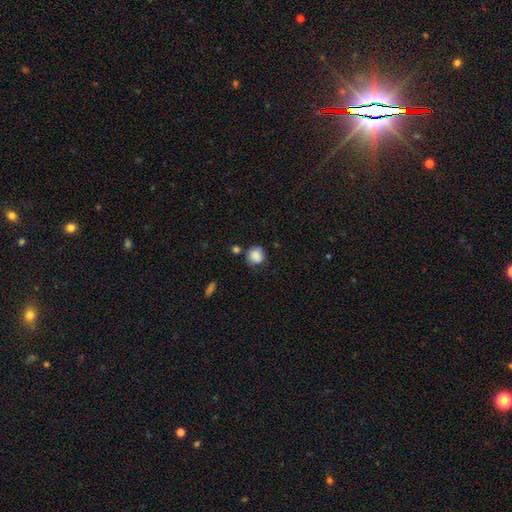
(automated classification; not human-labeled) smooth 87%, star or artifact 9%, featured or disk 4%. Down the decision tree: how rounded — round (88%); merging — none (73%).